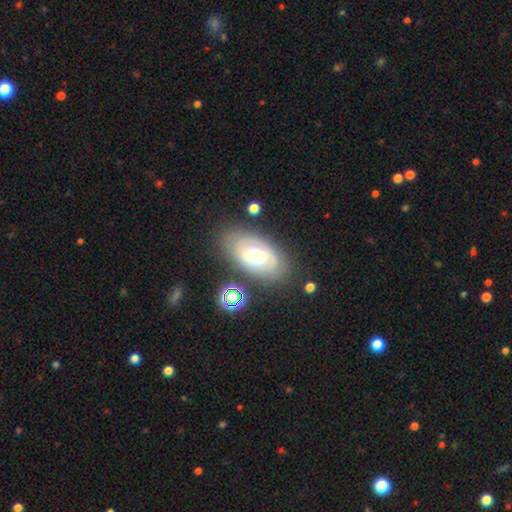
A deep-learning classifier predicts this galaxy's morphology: A featured or disk galaxy (52%). Merging: none (74%).